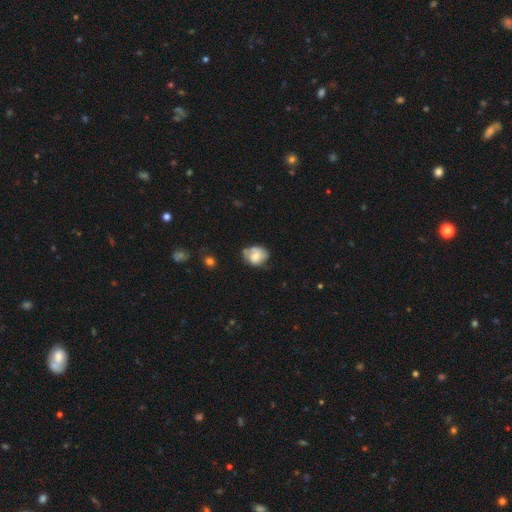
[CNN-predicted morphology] The model was most divided on "how rounded": round: 51%, in between: 48%, cigar-shaped: 1%. More confident: merging — none (51%); smooth or featured — smooth (51%).